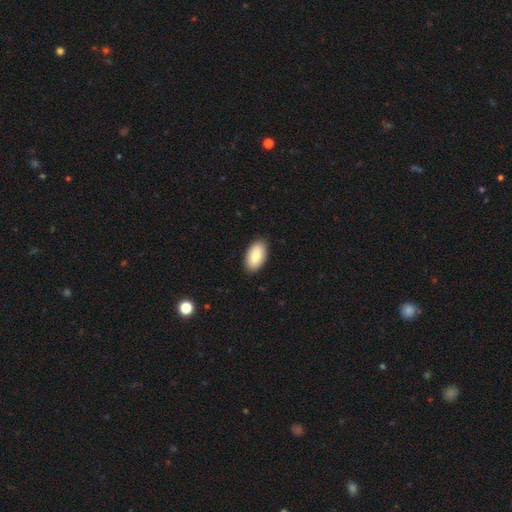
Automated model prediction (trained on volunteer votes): smooth 86%, featured or disk 9%, star or artifact 6%. Down the decision tree: how rounded — in between (95%); merging — none (89%).